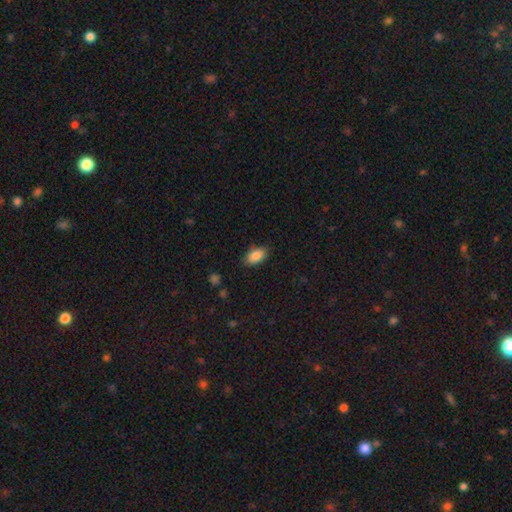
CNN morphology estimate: Smooth or featured: smooth — 88% (star or artifact — 7%)
How rounded: in between — 92% (round — 5%)
Merging: none — 84% (minor disturbance — 12%)